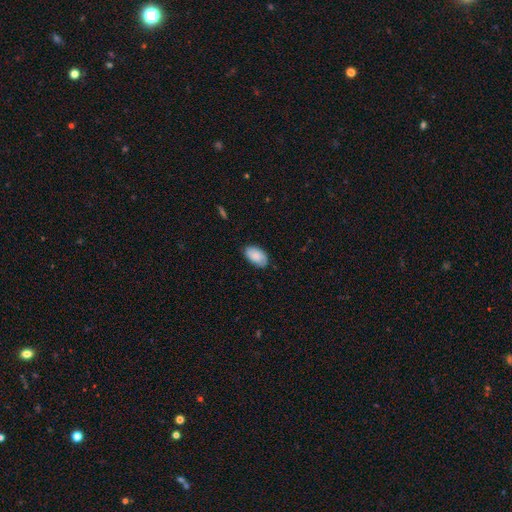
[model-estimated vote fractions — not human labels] smooth-or-featured: smooth: 81% | featured or disk: 12% | star or artifact: 7%
  how-rounded: in between: 94% | round: 5% | cigar-shaped: 2%
  merging: none: 75% | minor disturbance: 20% | major disturbance: 3% | merger: 1%